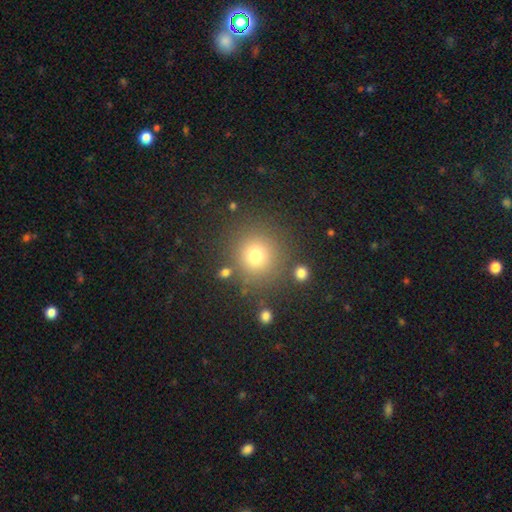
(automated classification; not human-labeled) This is likely a smooth galaxy (74%). How rounded: clearly round (92%). Merging: clearly none (83%).